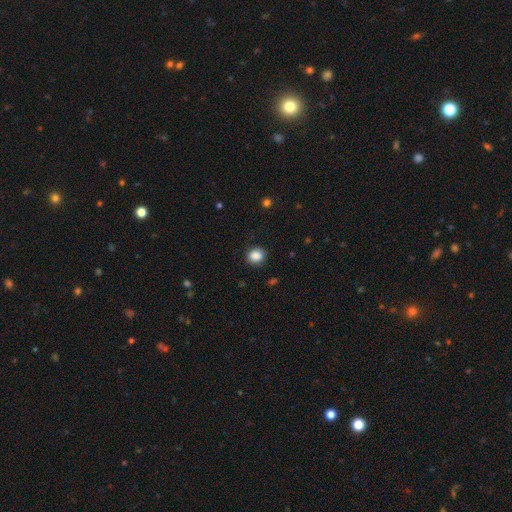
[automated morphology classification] Smooth or featured: smooth — 87% (star or artifact — 10%)
How rounded: round — 81% (in between — 19%)
Merging: none — 86% (minor disturbance — 9%)